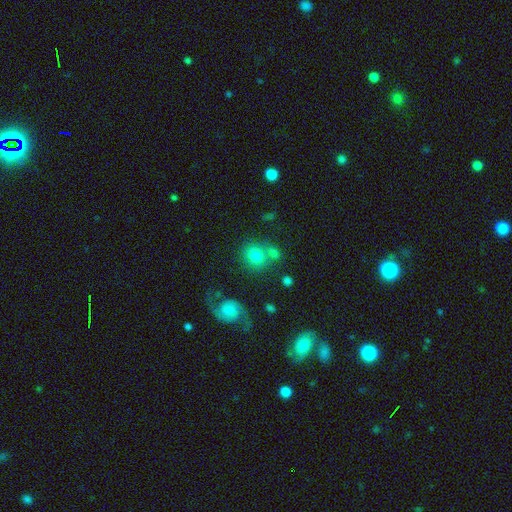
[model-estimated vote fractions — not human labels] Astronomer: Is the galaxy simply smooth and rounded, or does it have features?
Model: smooth — 75%.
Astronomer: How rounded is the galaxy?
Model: round — 79%.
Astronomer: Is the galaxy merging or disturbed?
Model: none — 58%.